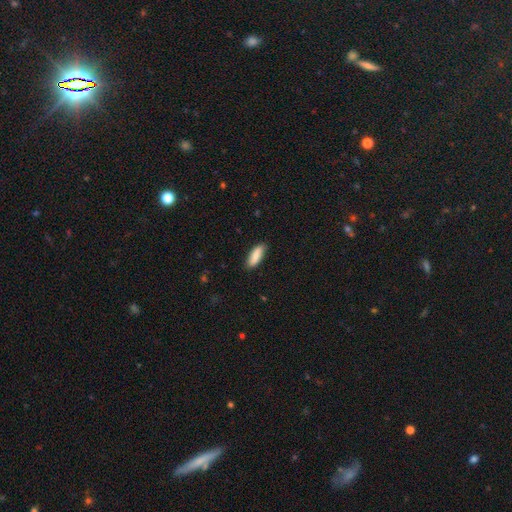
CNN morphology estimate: smooth_or_featured: smooth (p=0.84) [alt: featured or disk p=0.10]
how_rounded: in between (p=0.68) [alt: cigar-shaped p=0.30]
merging: none (p=0.86) [alt: minor disturbance p=0.11]